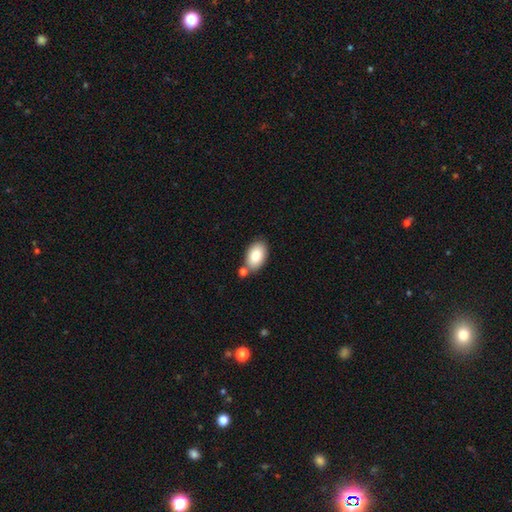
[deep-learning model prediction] Q: Smooth or featured?
A: smooth (84%); runner-up: featured or disk (9%)
Q: How rounded?
A: in between (92%); runner-up: round (7%)
Q: Merging?
A: none (72%); runner-up: merger (14%)